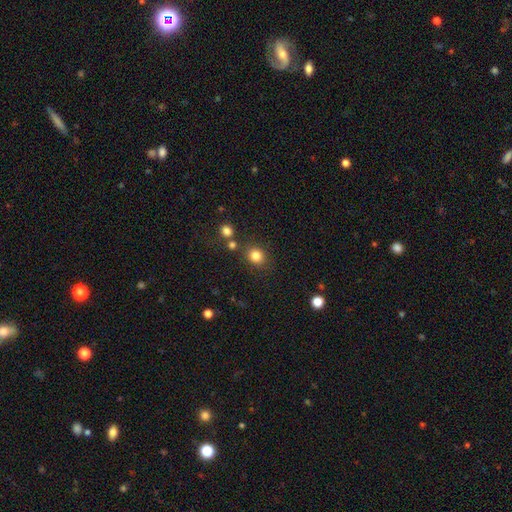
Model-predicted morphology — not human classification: Q: Smooth or featured?
A: smooth (82%); runner-up: star or artifact (13%)
Q: How rounded?
A: round (73%); runner-up: in between (26%)
Q: Merging?
A: none (79%); runner-up: minor disturbance (10%)